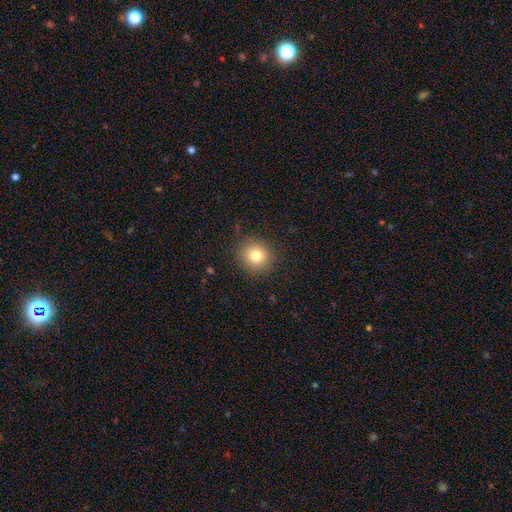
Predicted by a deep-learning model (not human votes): Smooth or featured? smooth (79%)
How rounded? round (88%)
Merging? none (87%)